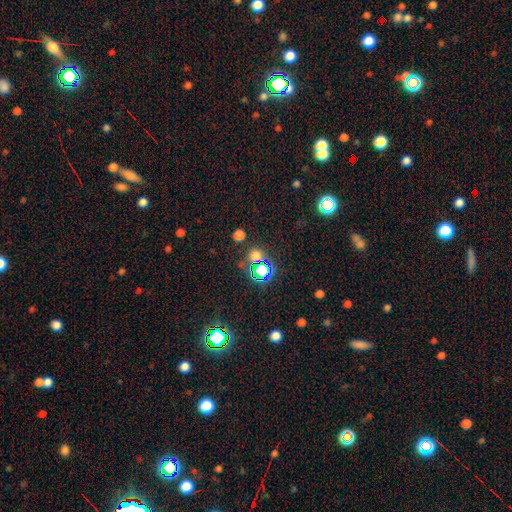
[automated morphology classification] Smooth or featured?
  - smooth: 48% *
  - star or artifact: 46%
  - featured or disk: 7%
Merging?
  - none: 78% *
  - minor disturbance: 9%
  - merger: 8%
  - major disturbance: 5%